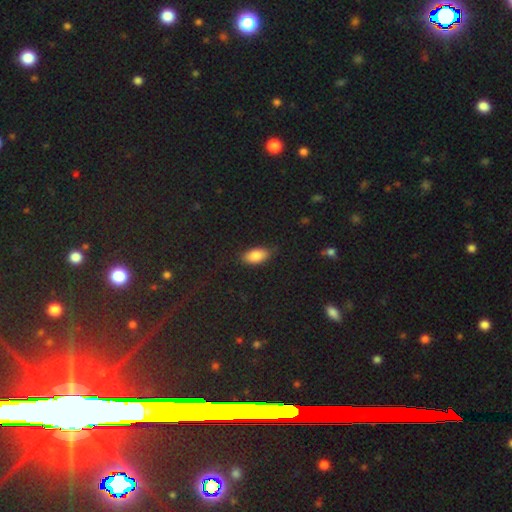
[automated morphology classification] Smooth or featured?
  - smooth: 84% *
  - star or artifact: 8%
  - featured or disk: 8%
How rounded?
  - in between: 91% *
  - cigar-shaped: 5%
  - round: 4%
Merging?
  - none: 81% *
  - minor disturbance: 15%
  - major disturbance: 3%
  - merger: 1%